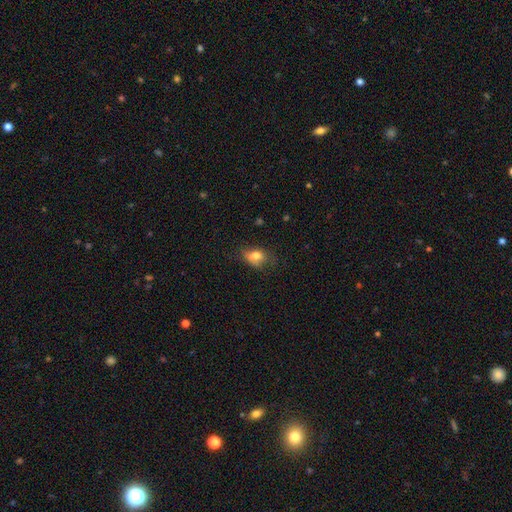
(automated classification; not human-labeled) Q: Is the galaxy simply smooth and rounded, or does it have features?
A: smooth — 75%.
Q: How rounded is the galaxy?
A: in between — 77%.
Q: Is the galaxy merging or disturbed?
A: none — 52%.